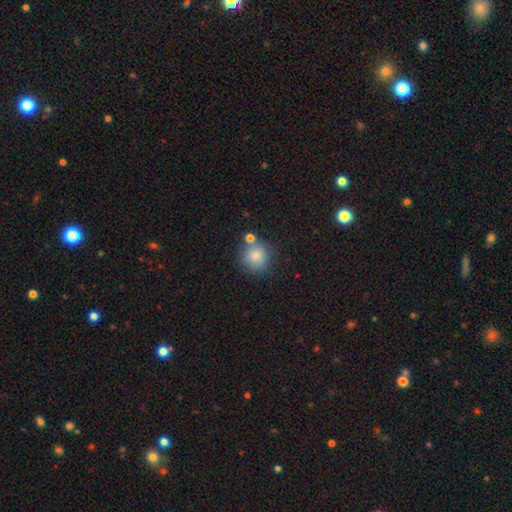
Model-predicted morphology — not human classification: Smooth or featured? Predicted: smooth (p=0.84). How rounded? Predicted: round (p=0.90). Merging? Predicted: none (p=0.71).